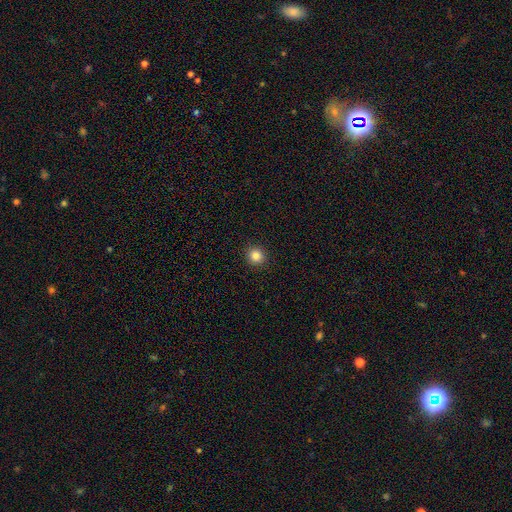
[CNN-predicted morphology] Q: Smooth or featured?
A: smooth (85%); runner-up: star or artifact (11%)
Q: How rounded?
A: round (88%); runner-up: in between (11%)
Q: Merging?
A: none (93%); runner-up: minor disturbance (5%)